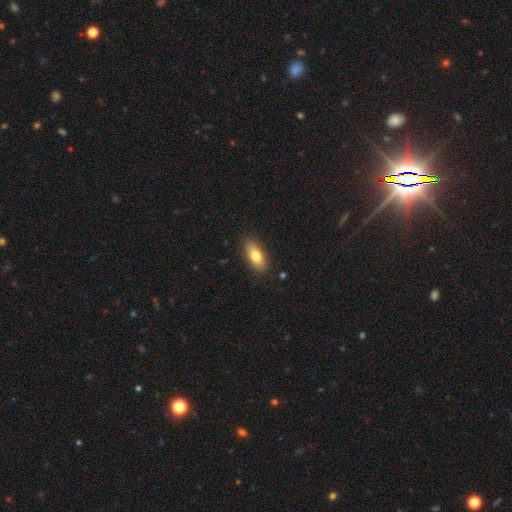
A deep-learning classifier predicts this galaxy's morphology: This appears to be a smooth galaxy with no disk features (77%) that is in between round and cigar-shaped (79%). Merging: none (86%).